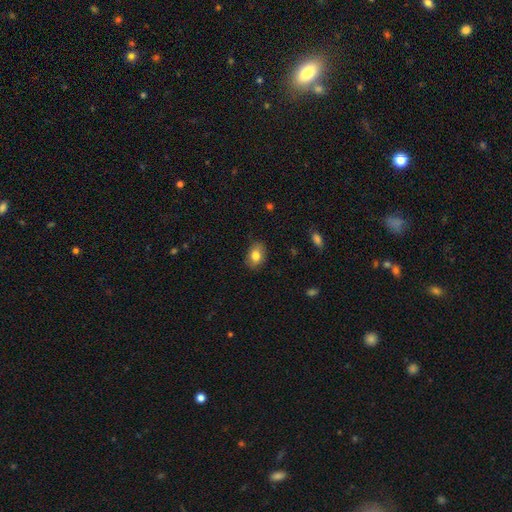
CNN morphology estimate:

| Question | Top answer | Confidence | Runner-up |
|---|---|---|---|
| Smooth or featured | smooth | 81% | featured or disk (11%) |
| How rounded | in between | 77% | round (21%) |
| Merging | none | 82% | minor disturbance (14%) |